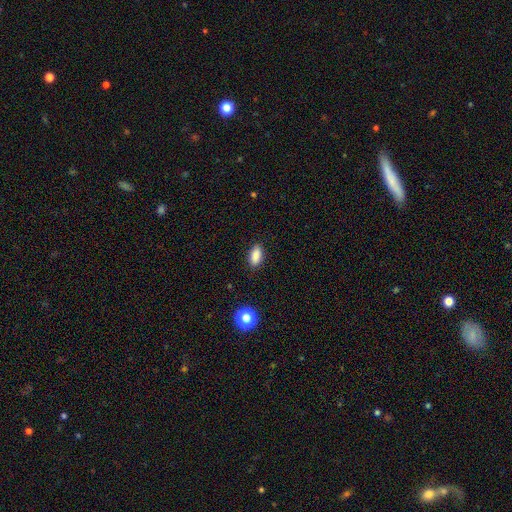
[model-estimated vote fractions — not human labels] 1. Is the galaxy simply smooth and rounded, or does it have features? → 87% smooth, 8% star or artifact, 4% featured or disk.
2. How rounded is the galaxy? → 89% in between, 7% cigar-shaped, 4% round.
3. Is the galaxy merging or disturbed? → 88% none, 8% minor disturbance, 2% major disturbance, 1% merger.